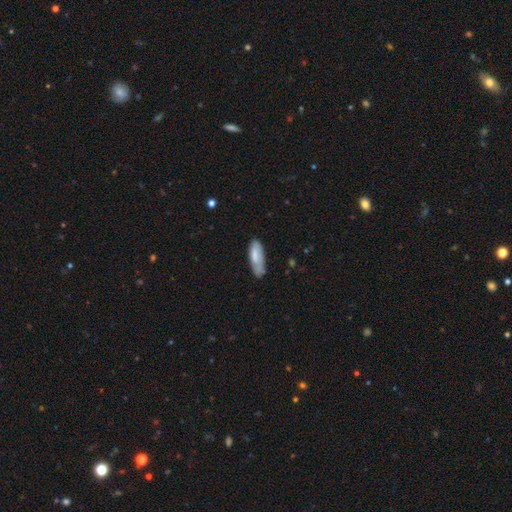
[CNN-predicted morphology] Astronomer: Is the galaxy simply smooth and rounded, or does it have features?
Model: smooth — 72%.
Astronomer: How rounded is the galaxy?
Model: in between — 60% (runner-up: cigar-shaped, 38%).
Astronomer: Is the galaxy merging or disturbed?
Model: none — 58%.